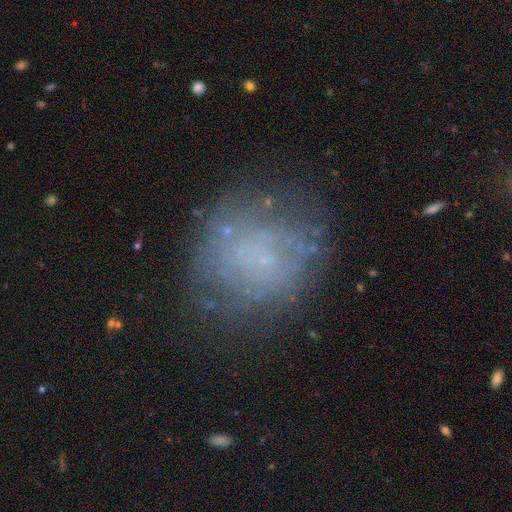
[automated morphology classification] Smooth or featured: featured or disk — 51% (smooth — 35%)
Edge-on disk: no — 98% (yes — 2%)
Merging: none — 65% (minor disturbance — 19%)